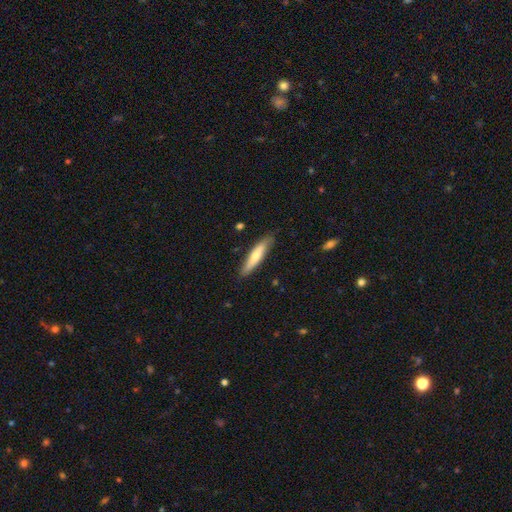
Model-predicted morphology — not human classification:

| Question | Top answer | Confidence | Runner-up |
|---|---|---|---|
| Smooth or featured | smooth | 64% | featured or disk (30%) |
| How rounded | cigar-shaped | 83% | in between (15%) |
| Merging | none | 84% | minor disturbance (13%) |